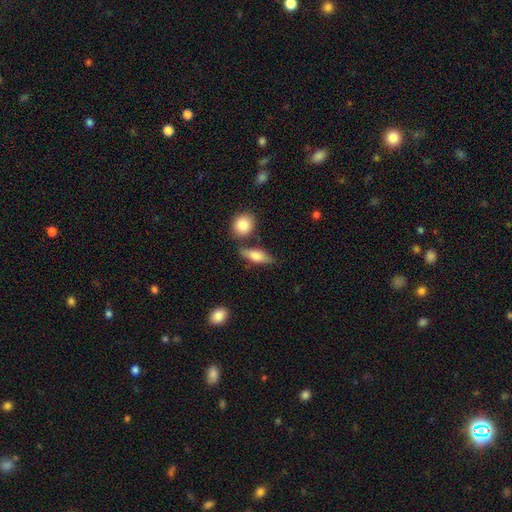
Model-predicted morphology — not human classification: A smooth galaxy with no disk features (71%) that is in between round and cigar-shaped (68%).

Vote fractions:
- Smooth or featured? smooth: 71% / featured or disk: 22% / star or artifact: 7%
- How rounded? in between: 68% / cigar-shaped: 27% / round: 5%
- Merging? none: 68% / minor disturbance: 15% / merger: 12% / major disturbance: 4%